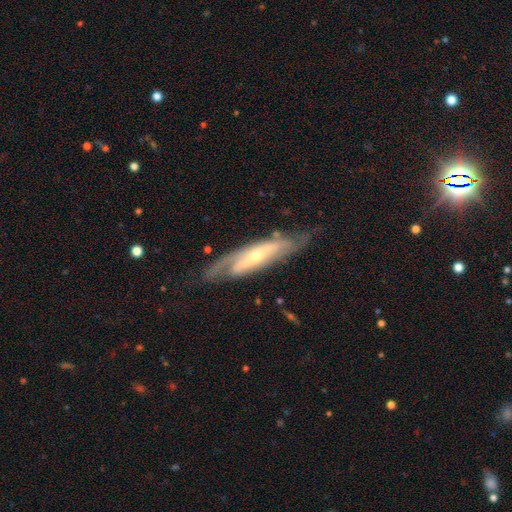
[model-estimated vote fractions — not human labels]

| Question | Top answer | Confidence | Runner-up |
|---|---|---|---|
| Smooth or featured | featured or disk | 82% | smooth (13%) |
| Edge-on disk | no | 67% | yes (33%) |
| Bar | strong | 42% | weak (31%) |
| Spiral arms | yes | 91% | no (9%) |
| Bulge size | small | 60% | moderate (35%) |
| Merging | none | 69% | minor disturbance (20%) |